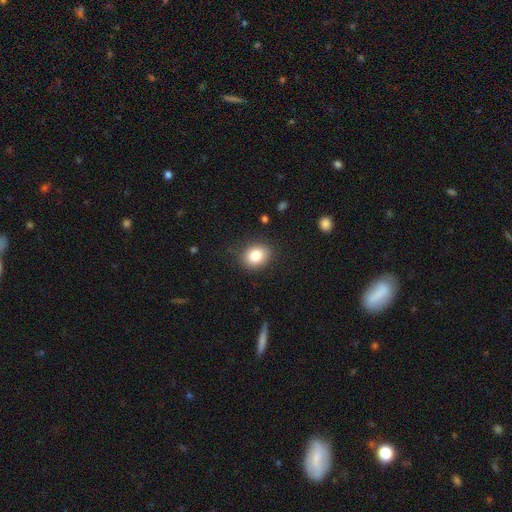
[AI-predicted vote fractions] smooth-or-featured: smooth: 84% | star or artifact: 9% | featured or disk: 7%
  how-rounded: round: 51% | in between: 48% | cigar-shaped: 1%
  merging: none: 85% | minor disturbance: 11% | major disturbance: 3% | merger: 1%